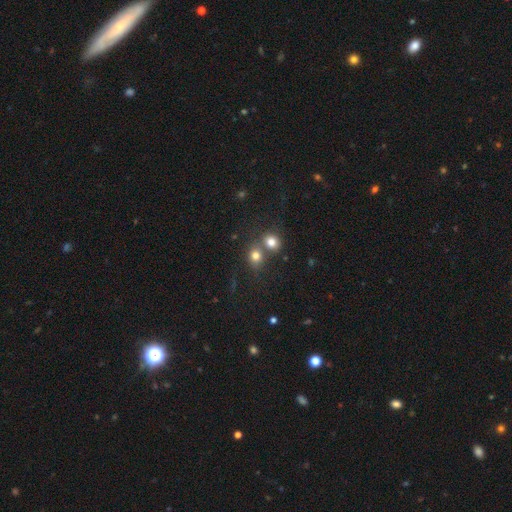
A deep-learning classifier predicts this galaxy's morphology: smooth_or_featured: smooth (p=0.77) [alt: star or artifact p=0.13]
how_rounded: round (p=0.72) [alt: in between p=0.27]
merging: none (p=0.44) [tied with: merger p=0.44]